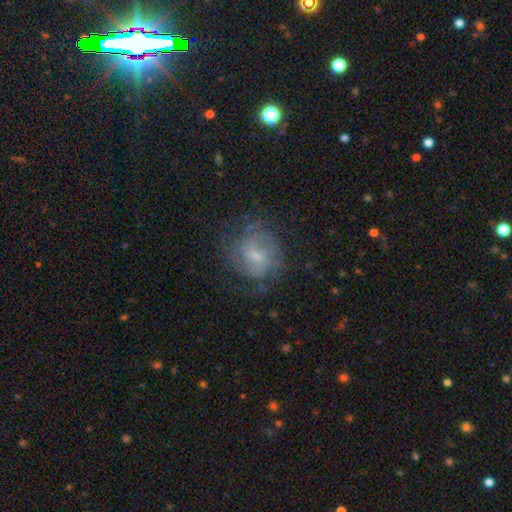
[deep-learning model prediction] Smooth or featured? Predicted: featured or disk (p=0.60). Edge-on disk? Predicted: no (p=0.97). Bar? Predicted: weak (p=0.49). Spiral arms? Predicted: yes (p=0.80). Bulge size? Predicted: small (p=0.63). Merging? Predicted: none (p=0.67).